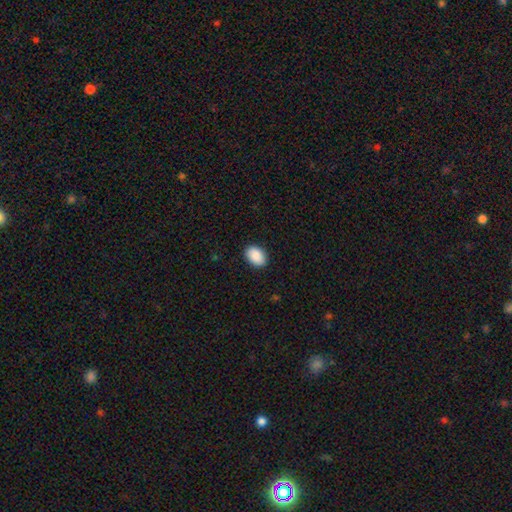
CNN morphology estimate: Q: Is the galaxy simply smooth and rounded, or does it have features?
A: smooth — 90%.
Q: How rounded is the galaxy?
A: in between — 85%.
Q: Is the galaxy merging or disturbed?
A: none — 89%.